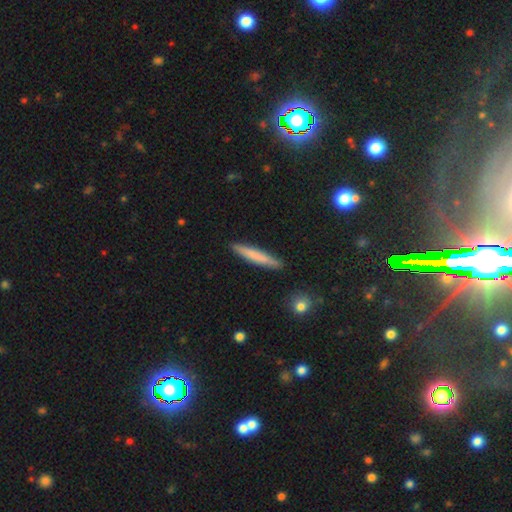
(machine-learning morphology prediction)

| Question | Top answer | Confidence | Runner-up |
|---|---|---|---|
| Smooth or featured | smooth | 73% | featured or disk (21%) |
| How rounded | cigar-shaped | 94% | in between (4%) |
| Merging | none | 90% | minor disturbance (7%) |